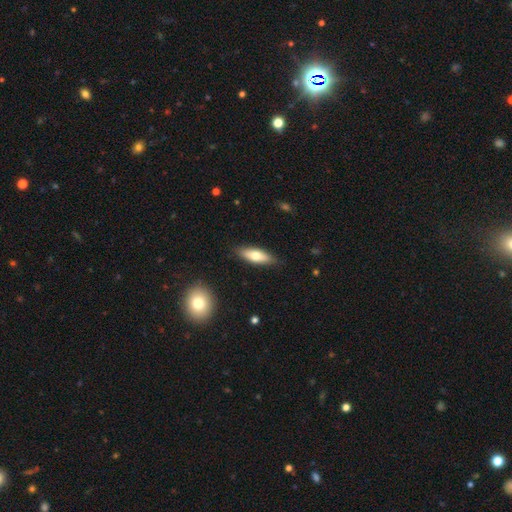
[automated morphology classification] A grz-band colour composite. It shows a smooth galaxy with no disk features (68%) that is in between round and cigar-shaped (59%). Merging: none (86%).